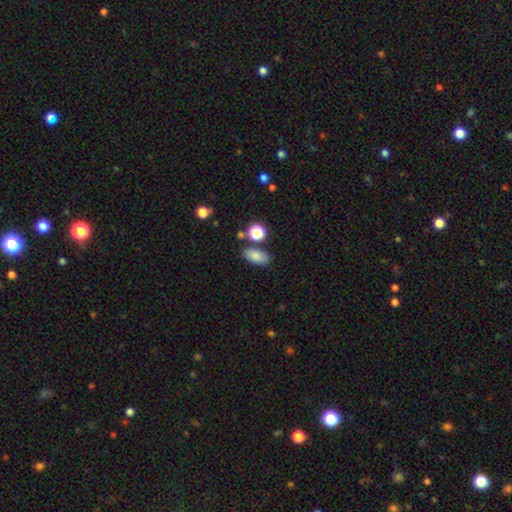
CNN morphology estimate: Overall: smooth (82%). How rounded: in between (88%). Merging: none (76%).